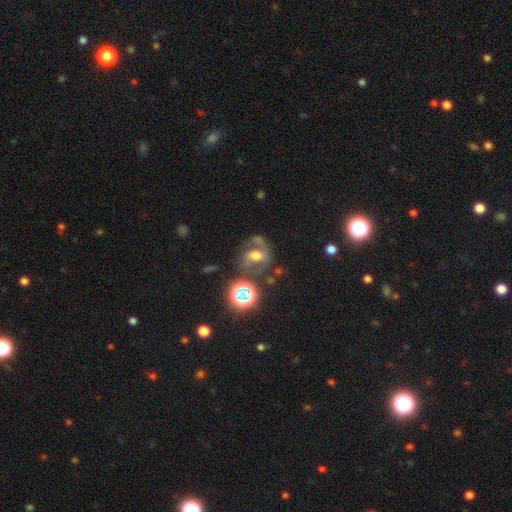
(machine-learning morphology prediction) Smooth or featured: featured or disk — 58% (smooth — 23%)
Edge-on disk: no — 96% (yes — 4%)
Bar: weak — 37% (no — 31%)
Spiral arms: yes — 76% (no — 24%)
Bulge size: moderate — 56% (large — 20%)
Merging: none — 52% (minor disturbance — 20%)